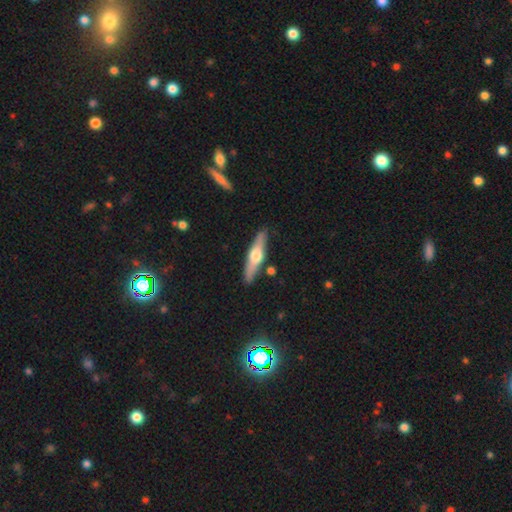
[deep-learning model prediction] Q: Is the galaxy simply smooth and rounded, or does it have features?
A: featured or disk — 58%.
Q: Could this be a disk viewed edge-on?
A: yes — 93%.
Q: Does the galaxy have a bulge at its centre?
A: rounded — 94%.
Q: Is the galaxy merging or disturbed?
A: none — 87%.